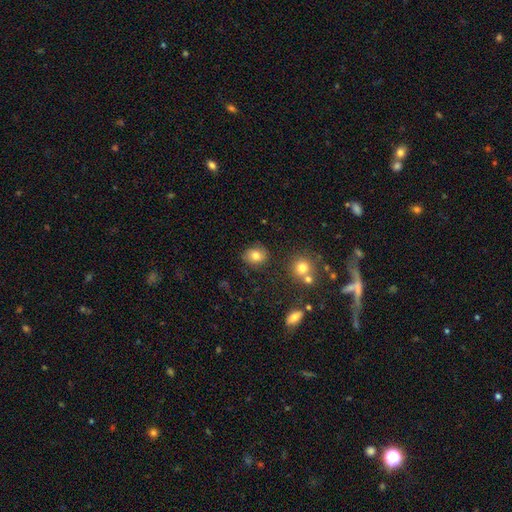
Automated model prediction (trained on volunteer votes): Smooth or featured? Predicted: smooth (p=0.78). How rounded? Predicted: round (p=0.61). Merging? Predicted: none (p=0.80).